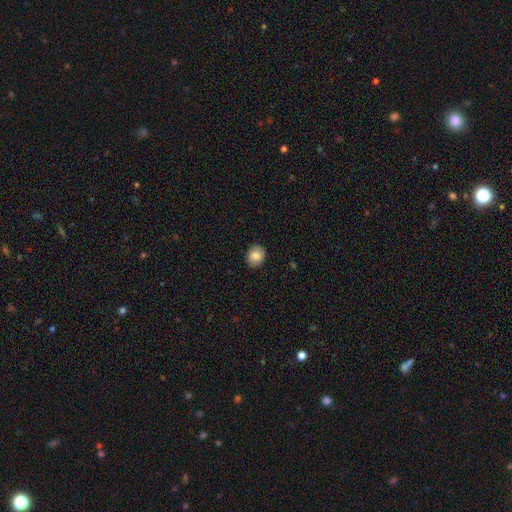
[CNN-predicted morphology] Smooth or featured: smooth — 84% (star or artifact — 8%)
How rounded: round — 64% (in between — 35%)
Merging: none — 89% (minor disturbance — 8%)